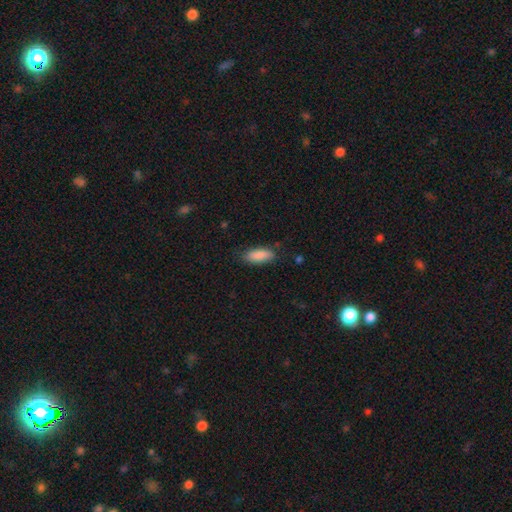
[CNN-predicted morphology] Q: Smooth or featured?
A: smooth (78%); runner-up: star or artifact (12%)
Q: How rounded?
A: in between (64%); runner-up: cigar-shaped (33%)
Q: Merging?
A: none (83%); runner-up: minor disturbance (13%)